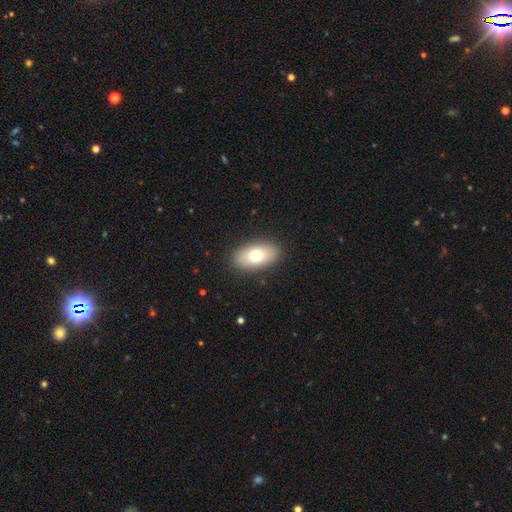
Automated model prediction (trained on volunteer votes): A smooth galaxy with no disk features (71%) that is in between round and cigar-shaped (91%). Merging: none (88%).